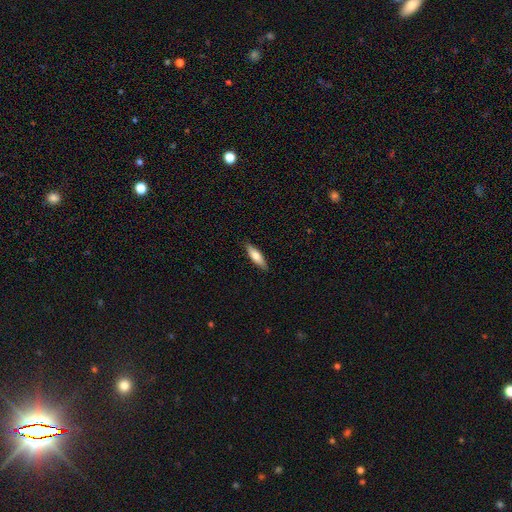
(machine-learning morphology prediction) The model was most divided on "how rounded": cigar-shaped: 61%, in between: 37%, round: 2%. More confident: merging — none (88%); smooth or featured — smooth (67%).